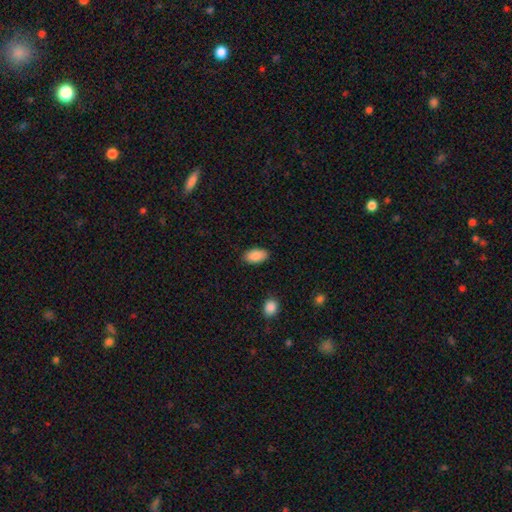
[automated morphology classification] A smooth galaxy with no disk features (89%) that is in between round and cigar-shaped (94%). Merging: none (87%).